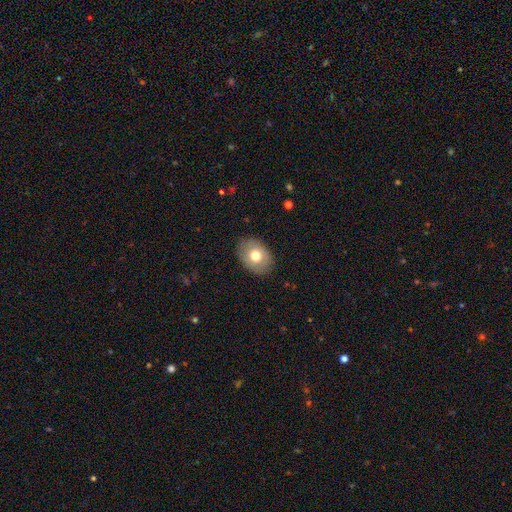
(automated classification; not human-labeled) Q: Smooth or featured?
A: smooth (72%); runner-up: featured or disk (21%)
Q: How rounded?
A: in between (68%); runner-up: round (31%)
Q: Merging?
A: none (84%); runner-up: minor disturbance (12%)